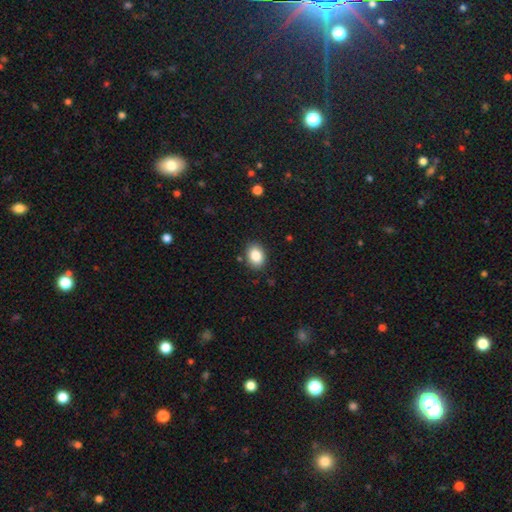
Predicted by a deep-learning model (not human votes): smooth-or-featured: smooth: 85% | star or artifact: 8% | featured or disk: 6%
  how-rounded: in between: 68% | round: 31% | cigar-shaped: 1%
  merging: none: 87% | minor disturbance: 9% | major disturbance: 2% | merger: 2%